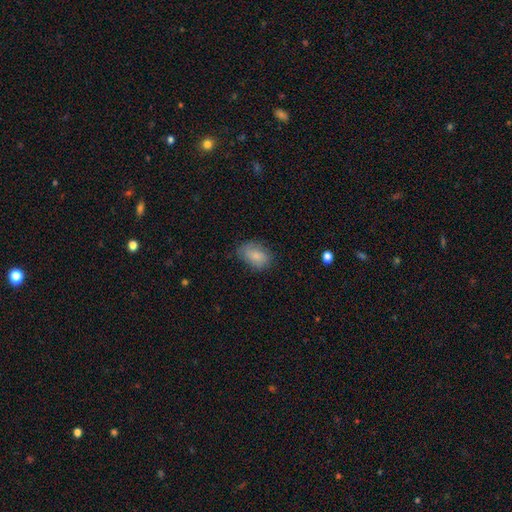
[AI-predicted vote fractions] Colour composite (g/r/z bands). It shows a smooth galaxy with no disk features (79%) that is in between round and cigar-shaped (82%). Merging: none (71%).